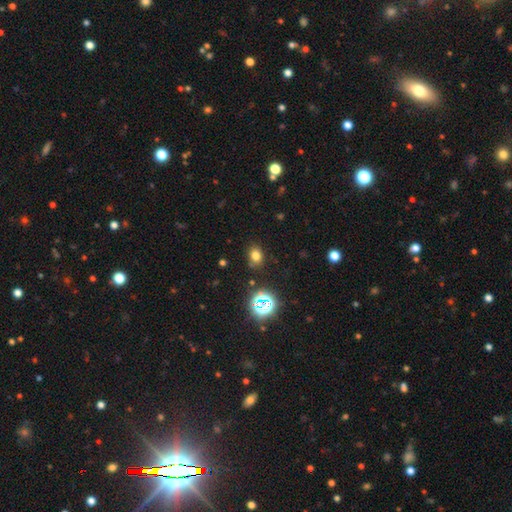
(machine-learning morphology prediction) Q: Smooth or featured?
A: smooth (71%); runner-up: star or artifact (21%)
Q: How rounded?
A: in between (59%); runner-up: round (40%)
Q: Merging?
A: none (80%); runner-up: minor disturbance (13%)